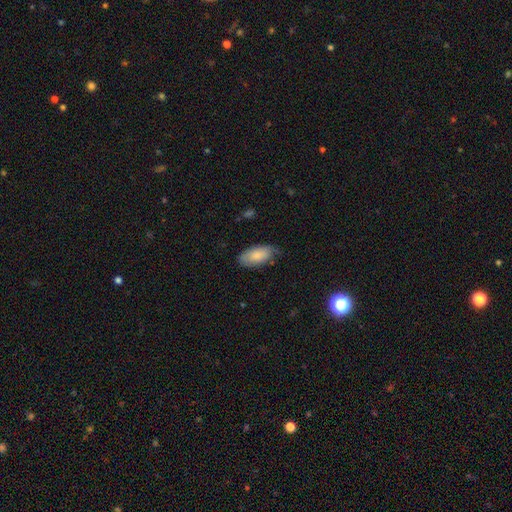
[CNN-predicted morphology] smooth-or-featured: smooth: 74% | featured or disk: 19% | star or artifact: 7%
  how-rounded: in between: 91% | cigar-shaped: 7% | round: 3%
  merging: none: 68% | minor disturbance: 26% | major disturbance: 5% | merger: 1%